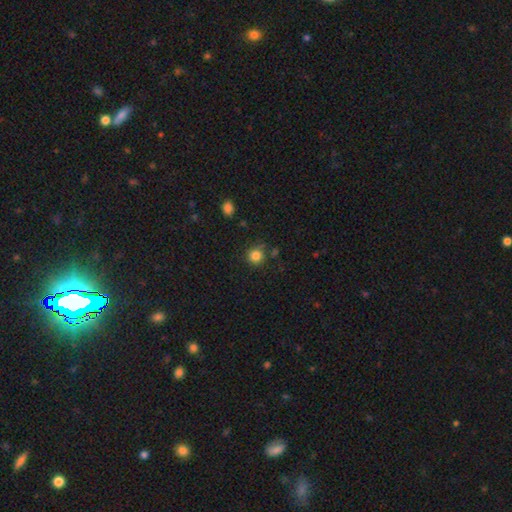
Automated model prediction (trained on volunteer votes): A smooth galaxy with no disk features (84%) that is round (90%). Merging: none (78%).